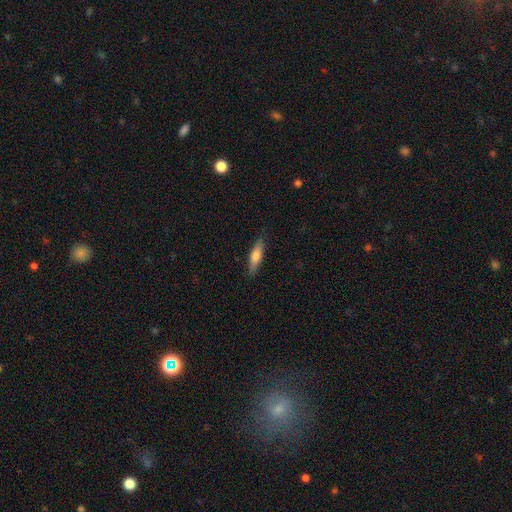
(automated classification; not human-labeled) smooth 71%, featured or disk 23%, star or artifact 6%. Down the decision tree: how rounded — cigar-shaped (66%); merging — none (86%).